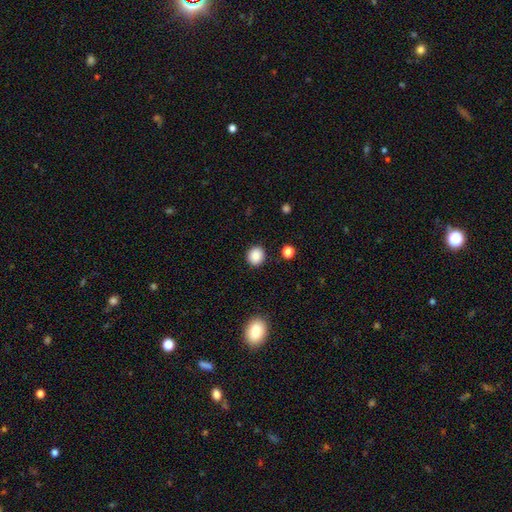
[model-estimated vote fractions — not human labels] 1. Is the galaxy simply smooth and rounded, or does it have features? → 87% smooth, 9% star or artifact, 4% featured or disk.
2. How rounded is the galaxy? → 86% round, 13% in between, 1% cigar-shaped.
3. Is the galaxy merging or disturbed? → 90% none, 6% minor disturbance, 2% major disturbance, 2% merger.